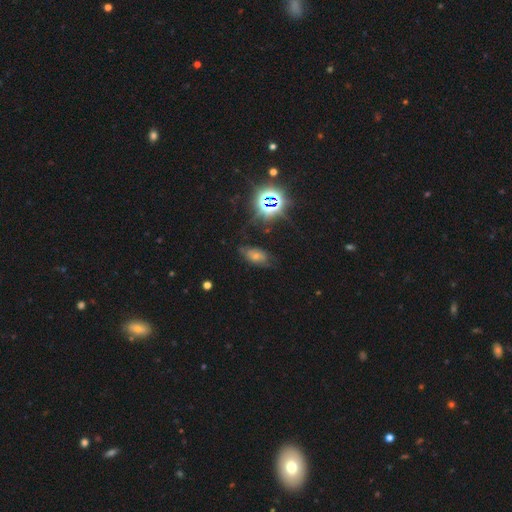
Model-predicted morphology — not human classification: star or artifact 47%, smooth 28%, featured or disk 25%.